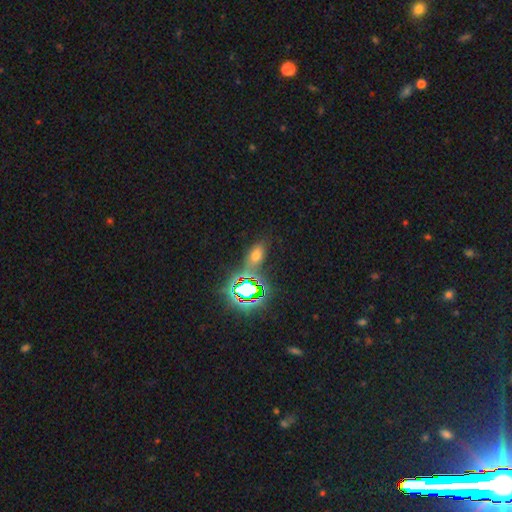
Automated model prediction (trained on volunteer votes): smooth_or_featured: smooth (p=0.49) [alt: star or artifact p=0.41]
merging: none (p=0.68) [alt: minor disturbance p=0.16]